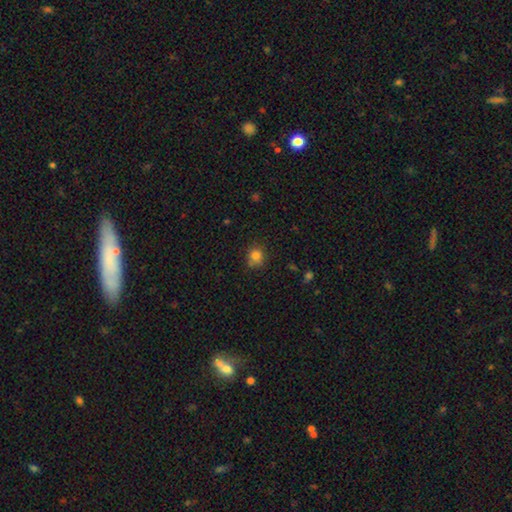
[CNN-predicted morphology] Smooth or featured: smooth — 81% (star or artifact — 13%)
How rounded: round — 82% (in between — 17%)
Merging: none — 75% (minor disturbance — 17%)